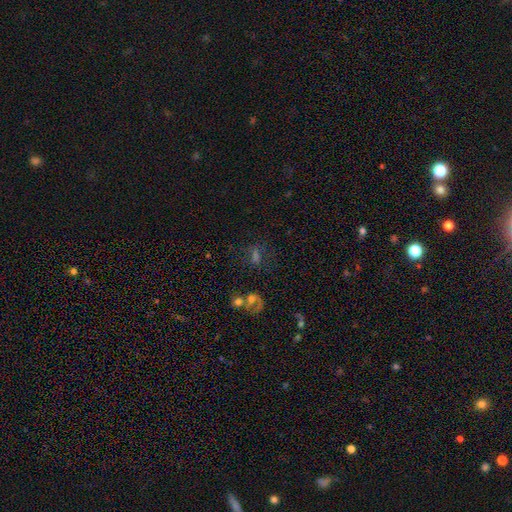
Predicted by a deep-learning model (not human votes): Smooth or featured? smooth (38%)
Merging? none (53%)